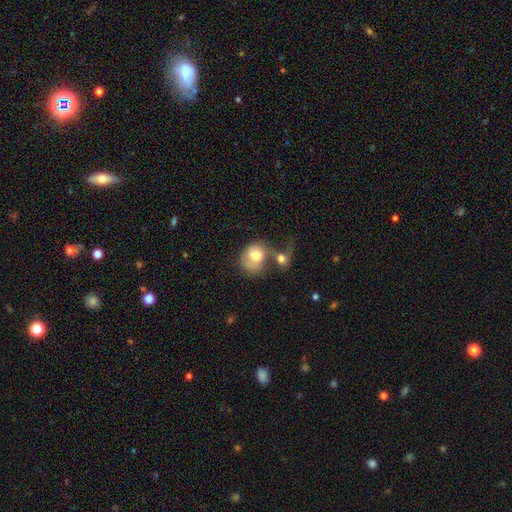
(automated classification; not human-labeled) This appears to be a smooth galaxy with no disk features (70%) that is round (54%). Merging: merger (59%).